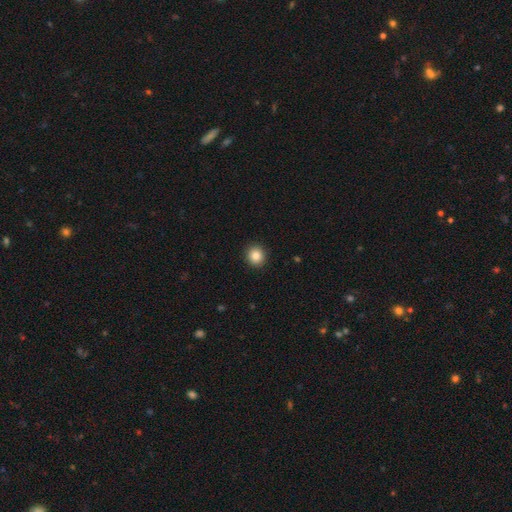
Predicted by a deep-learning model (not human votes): smooth 84%, star or artifact 10%, featured or disk 6%. Down the decision tree: how rounded — round (86%); merging — none (92%).